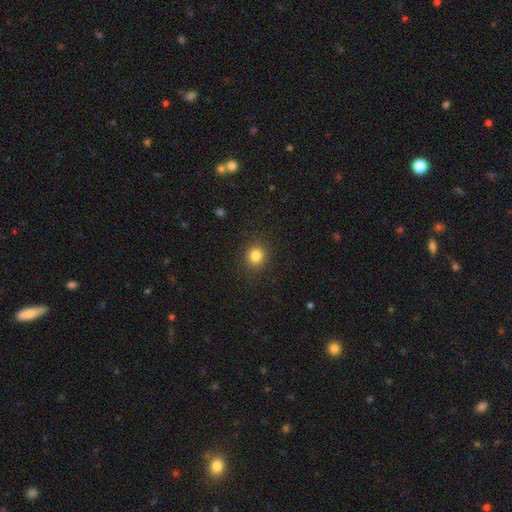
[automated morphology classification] This is clearly a smooth galaxy (83%). How rounded: clearly round (83%). Merging: clearly none (89%).